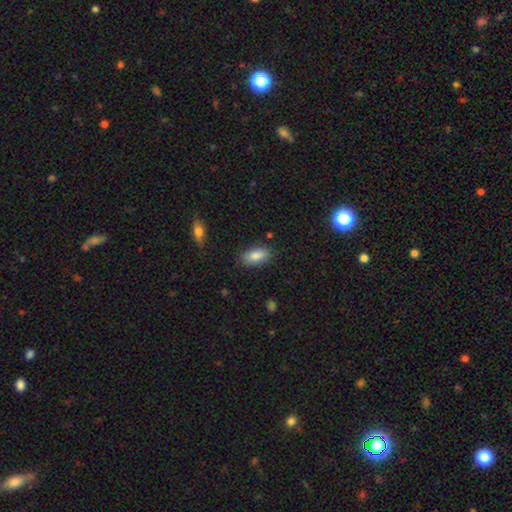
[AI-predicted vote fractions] The model was most divided on "merging": none: 84%, minor disturbance: 11%, major disturbance: 3%, merger: 2%. More confident: how rounded — in between (89%); smooth or featured — smooth (85%).